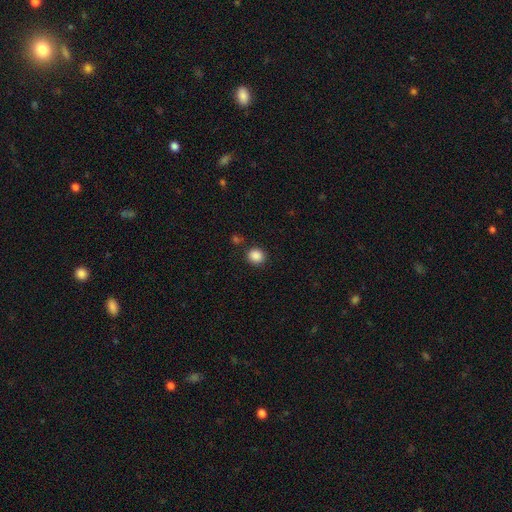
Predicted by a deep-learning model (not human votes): Smooth or featured?
  - smooth: 87% *
  - star or artifact: 10%
  - featured or disk: 3%
How rounded?
  - round: 84% *
  - in between: 15%
  - cigar-shaped: 1%
Merging?
  - none: 86% *
  - minor disturbance: 8%
  - merger: 4%
  - major disturbance: 3%